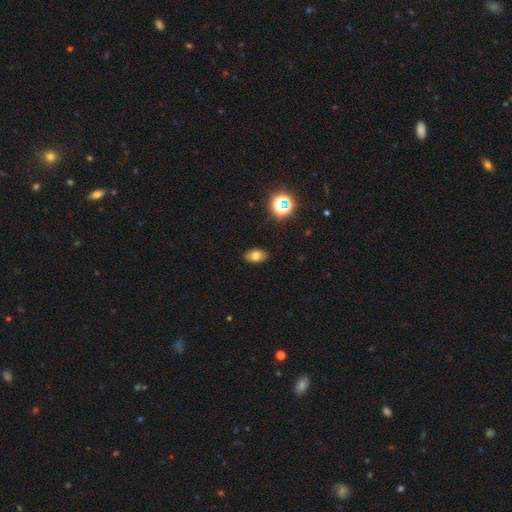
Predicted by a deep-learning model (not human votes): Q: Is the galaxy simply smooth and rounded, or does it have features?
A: smooth — 74%.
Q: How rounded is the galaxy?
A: in between — 87%.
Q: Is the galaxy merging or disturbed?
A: none — 88%.